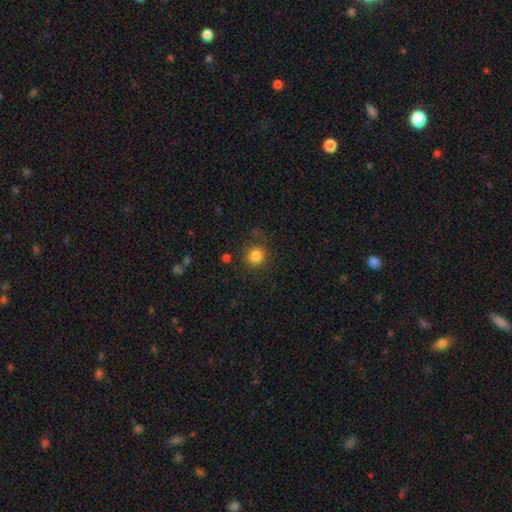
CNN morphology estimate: A smooth galaxy with no disk features (84%) that is round (87%).

Vote fractions:
- Smooth or featured? smooth: 84% / star or artifact: 11% / featured or disk: 5%
- How rounded? round: 87% / in between: 12% / cigar-shaped: 1%
- Merging? none: 79% / minor disturbance: 12% / major disturbance: 6% / merger: 3%